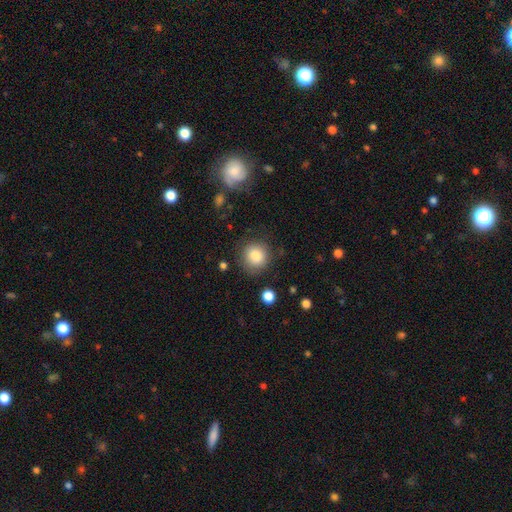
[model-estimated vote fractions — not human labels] Morphology: type=smooth (85%); roundness=round (89%); merging=none (82%).